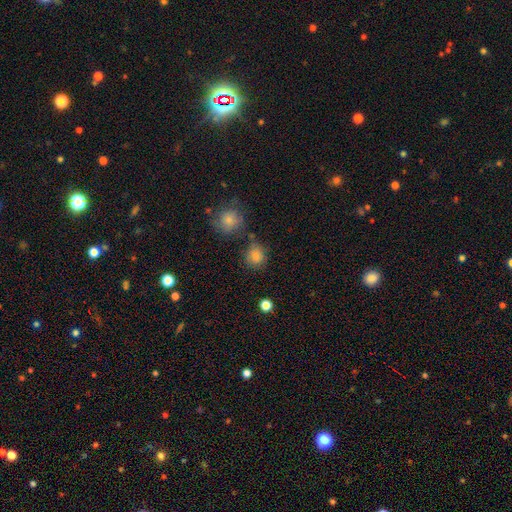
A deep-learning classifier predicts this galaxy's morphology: Smooth or featured? Predicted: smooth (p=0.82). How rounded? Predicted: round (p=0.79). Merging? Predicted: none (p=0.67).